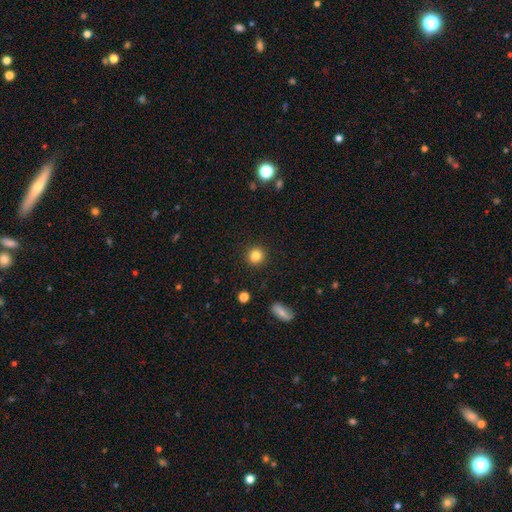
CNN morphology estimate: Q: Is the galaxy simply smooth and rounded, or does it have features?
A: smooth — 83%.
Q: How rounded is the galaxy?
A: round — 88%.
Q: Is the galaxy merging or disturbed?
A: none — 90%.